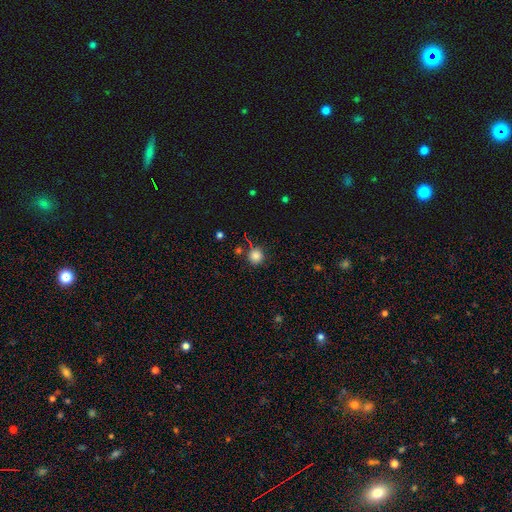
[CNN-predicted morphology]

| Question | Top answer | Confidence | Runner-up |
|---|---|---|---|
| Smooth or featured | smooth | 84% | star or artifact (12%) |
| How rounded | round | 94% | in between (5%) |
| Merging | none | 83% | minor disturbance (9%) |